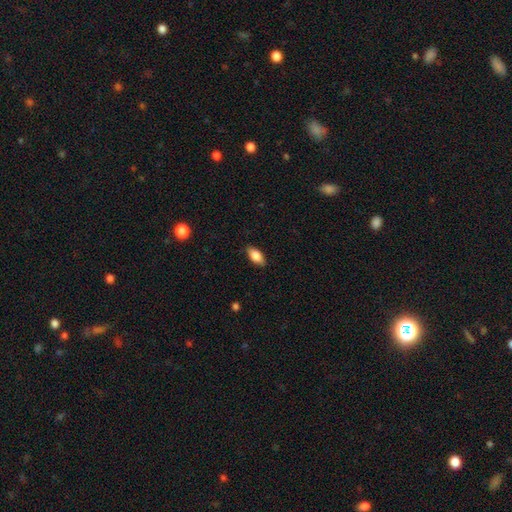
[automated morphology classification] Q: Smooth or featured?
A: smooth (82%); runner-up: featured or disk (11%)
Q: How rounded?
A: in between (89%); runner-up: cigar-shaped (8%)
Q: Merging?
A: none (86%); runner-up: minor disturbance (10%)